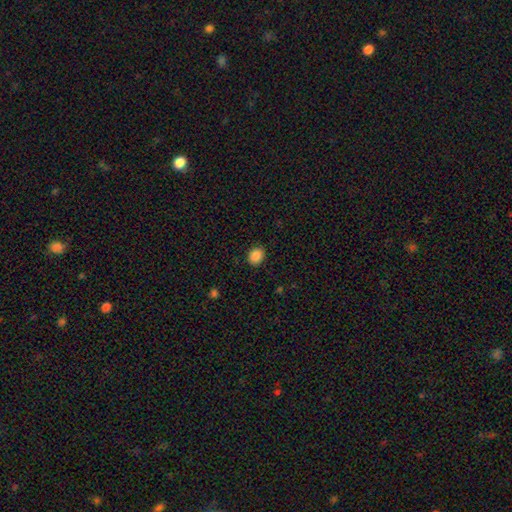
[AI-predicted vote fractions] Morphology: type=smooth (87%); roundness=round (56%); merging=none (89%).